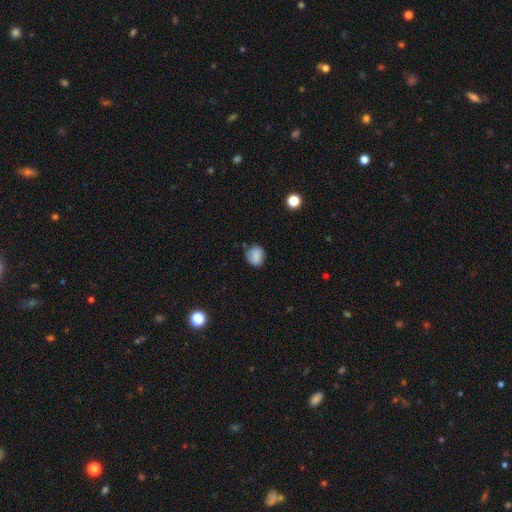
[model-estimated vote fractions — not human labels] A smooth galaxy with no disk features (82%) that is round (74%). Merging: none (77%).